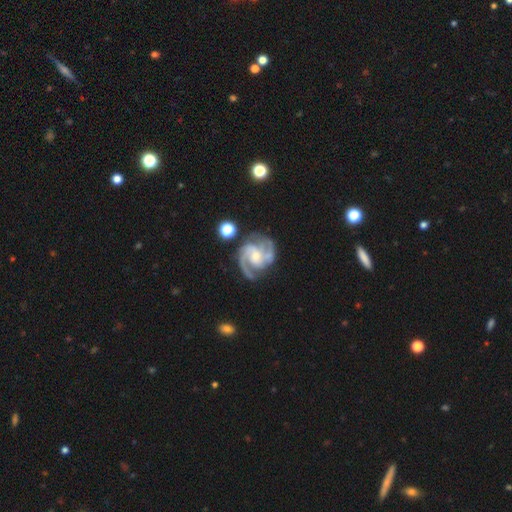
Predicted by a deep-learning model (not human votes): featured or disk 92%, star or artifact 4%, smooth 4%. Down the decision tree: edge-on disk — no (98%); bar — no (47%); spiral arms — yes (98%); spiral arm count — 2 (60%); spiral winding — medium (54%); bulge size — small (45%); merging — none (72%).